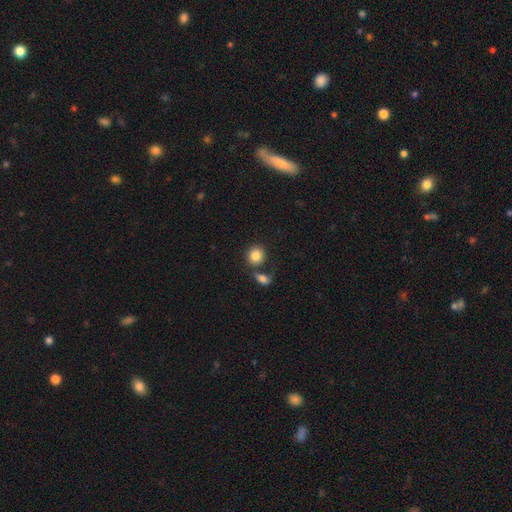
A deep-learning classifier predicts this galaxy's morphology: Smooth or featured? Predicted: smooth (p=0.85). How rounded? Predicted: round (p=0.81). Merging? Predicted: none (p=0.63).